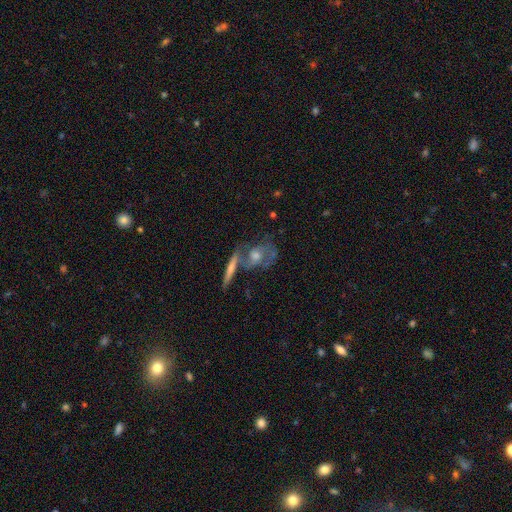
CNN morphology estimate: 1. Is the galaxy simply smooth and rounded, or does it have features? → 66% featured or disk, 25% smooth, 9% star or artifact.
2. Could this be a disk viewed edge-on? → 70% no, 30% yes.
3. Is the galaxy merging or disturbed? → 46% none, 32% merger, 14% minor disturbance, 9% major disturbance.